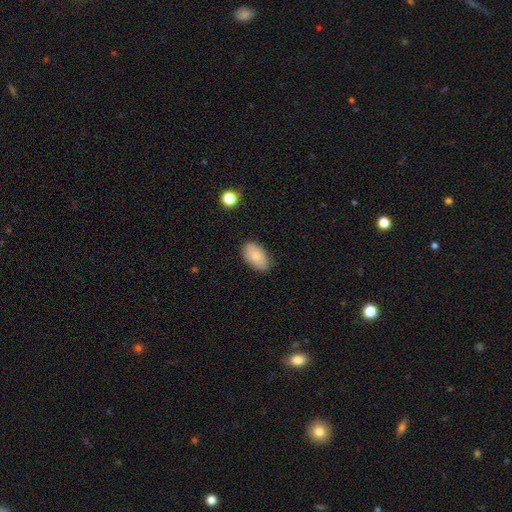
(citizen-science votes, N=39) A smooth galaxy with no disk features (85%) that is in between round and cigar-shaped (94%). Merging: none (87%).